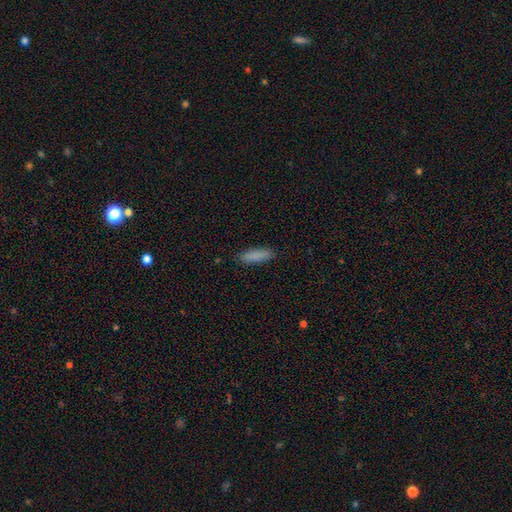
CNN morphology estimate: This is clearly a smooth galaxy (86%). How rounded: likely cigar-shaped (65%). Merging: clearly none (87%).